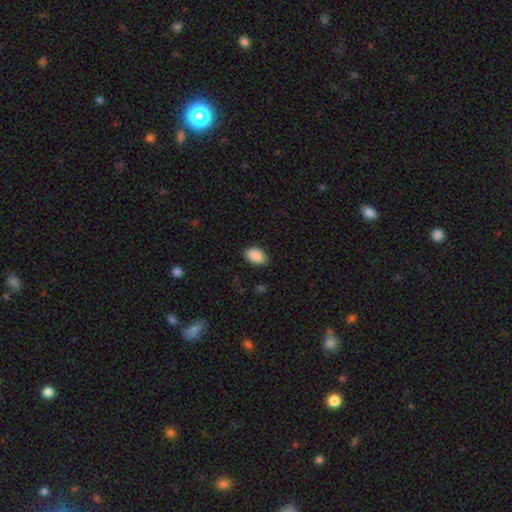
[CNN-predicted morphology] A smooth galaxy with no disk features (90%) that is in between round and cigar-shaped (93%). Merging: none (81%).